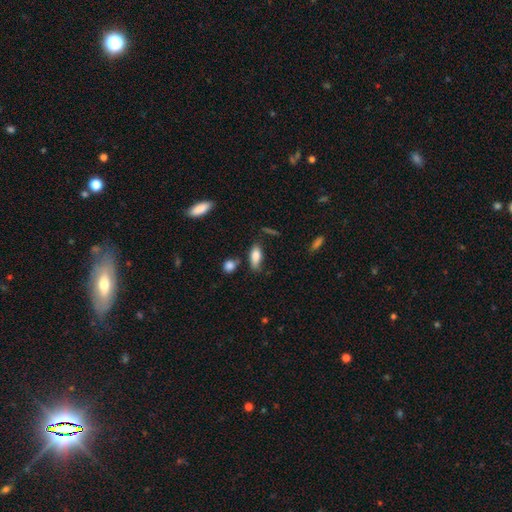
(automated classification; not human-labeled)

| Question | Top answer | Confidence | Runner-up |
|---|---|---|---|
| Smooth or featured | smooth | 79% | featured or disk (13%) |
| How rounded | in between | 77% | cigar-shaped (20%) |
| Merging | none | 68% | minor disturbance (20%) |